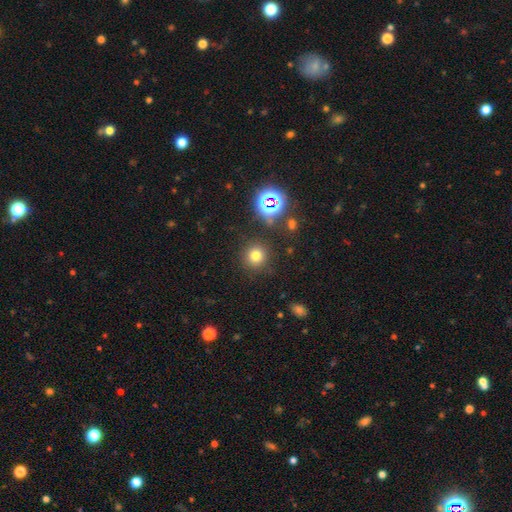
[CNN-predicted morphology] This is likely a smooth galaxy (72%). How rounded: clearly round (92%). Merging: clearly none (87%).